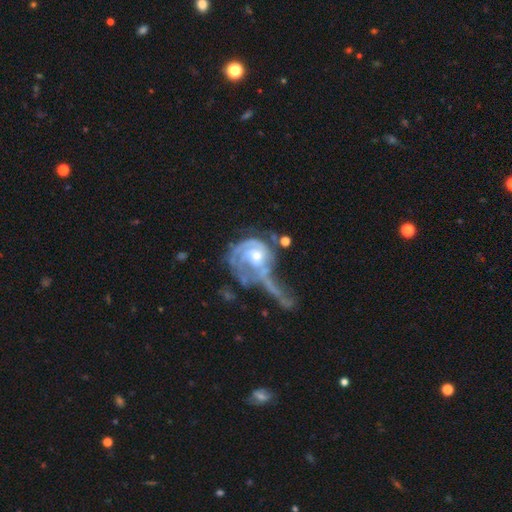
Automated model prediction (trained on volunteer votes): featured or disk 82%, smooth 12%, star or artifact 6%. Down the decision tree: edge-on disk — no (97%); bar — no (68%); spiral arms — yes (85%); spiral arm count — 2 (33%); spiral winding — tight (53%); bulge size — moderate (54%); merging — major disturbance (44%).